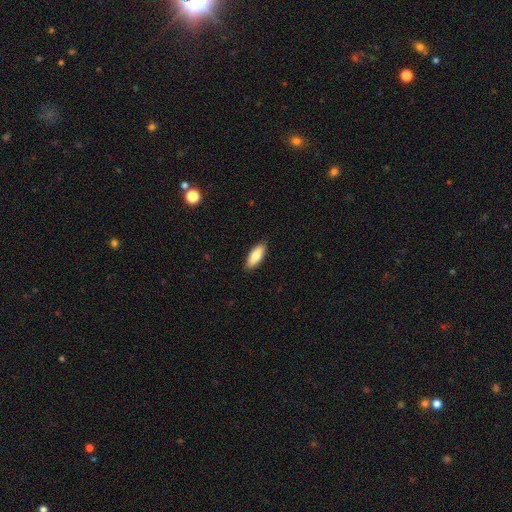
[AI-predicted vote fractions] Q: Smooth or featured?
A: smooth (81%); runner-up: featured or disk (13%)
Q: How rounded?
A: in between (73%); runner-up: cigar-shaped (25%)
Q: Merging?
A: none (89%); runner-up: minor disturbance (9%)